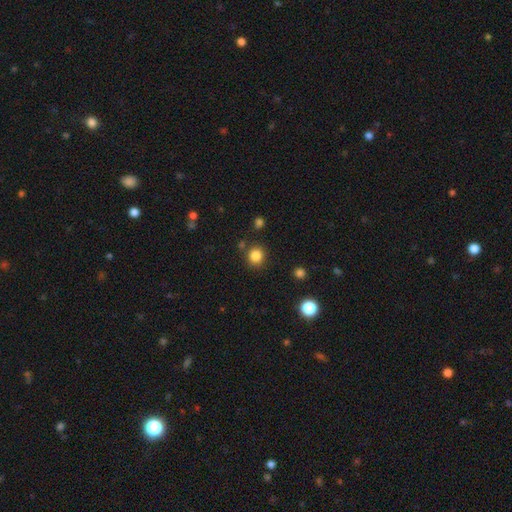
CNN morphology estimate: Smooth or featured?
  - smooth: 84% *
  - star or artifact: 11%
  - featured or disk: 4%
How rounded?
  - round: 88% *
  - in between: 11%
  - cigar-shaped: 1%
Merging?
  - none: 84% *
  - minor disturbance: 8%
  - merger: 4%
  - major disturbance: 3%